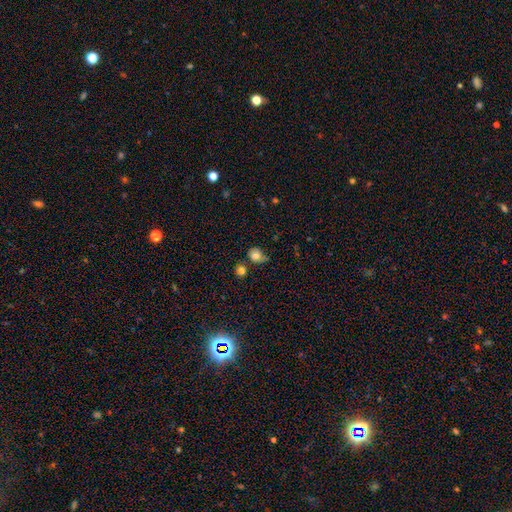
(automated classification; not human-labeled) Overall: smooth (77%). How rounded: round (73%). Merging: none (54%; minor disturbance 26%).